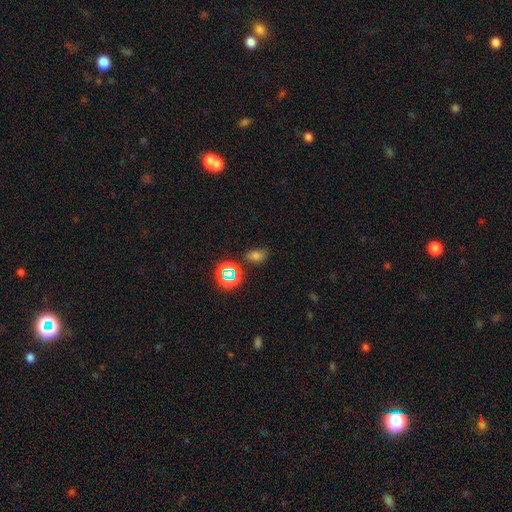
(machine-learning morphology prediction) Q: Smooth or featured?
A: smooth (63%); runner-up: star or artifact (29%)
Q: How rounded?
A: in between (71%); runner-up: round (27%)
Q: Merging?
A: none (72%); runner-up: minor disturbance (18%)